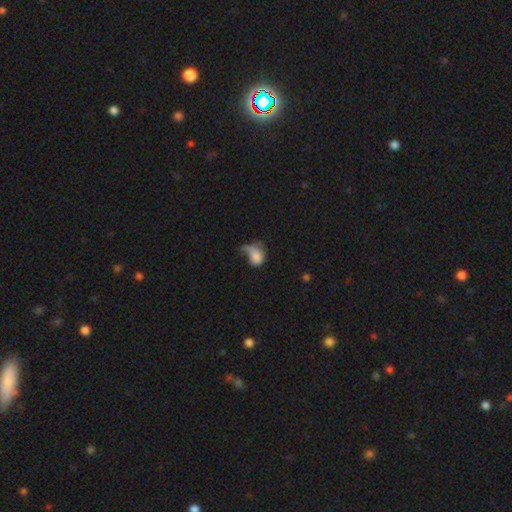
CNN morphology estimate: The model was most divided on "merging": major disturbance: 49%, minor disturbance: 22%, none: 19%, merger: 10%. More confident: smooth or featured — smooth (71%); how rounded — in between (65%).